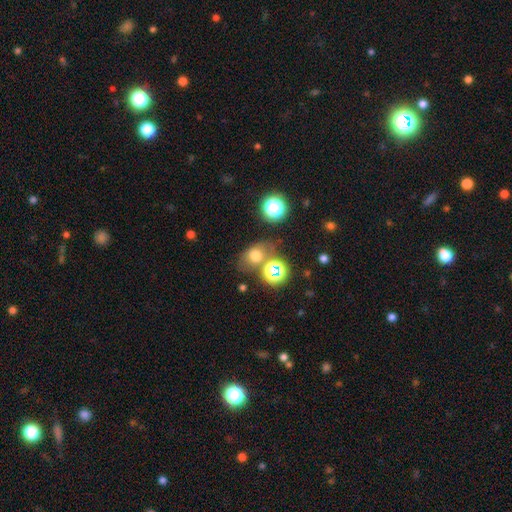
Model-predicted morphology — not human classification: Smooth or featured: smooth — 65% (star or artifact — 23%)
How rounded: round — 50% (in between — 48%)
Merging: none — 63% (merger — 18%)